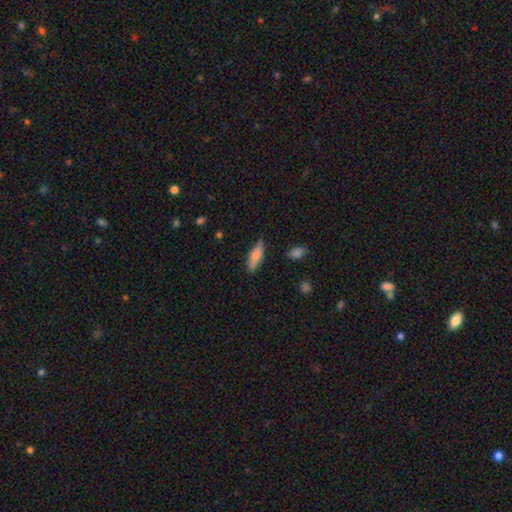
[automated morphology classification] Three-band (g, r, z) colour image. It shows a smooth galaxy with no disk features (78%) that is cigar-shaped (50%). Merging: none (79%).